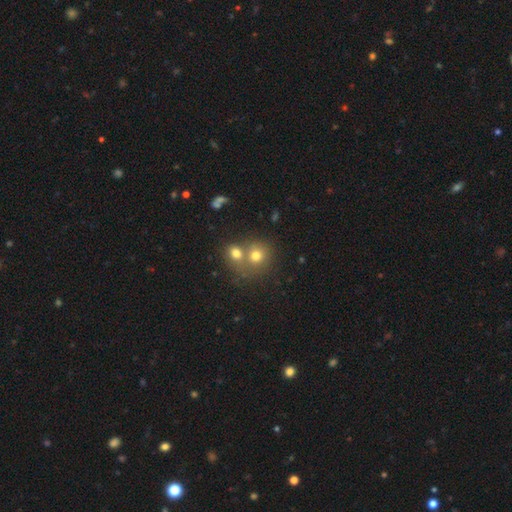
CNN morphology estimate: Smooth or featured: smooth — 73% (featured or disk — 14%)
How rounded: round — 79% (in between — 20%)
Merging: merger — 50% (none — 39%)